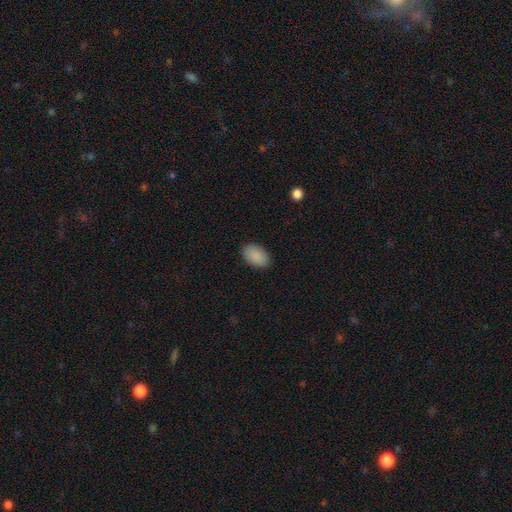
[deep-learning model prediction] Overall: smooth (90%). How rounded: in between (92%). Merging: none (88%).